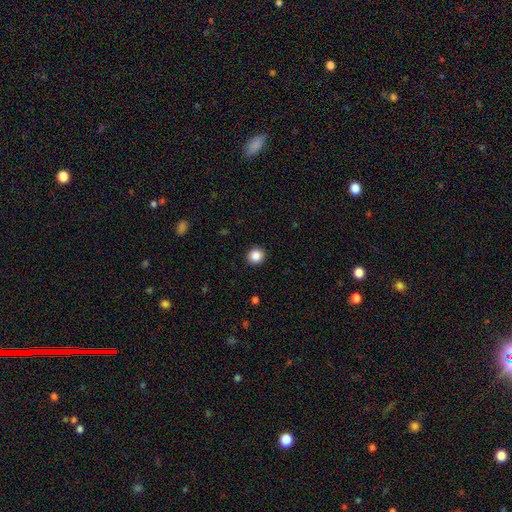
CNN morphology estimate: smooth-or-featured: smooth: 86% | star or artifact: 10% | featured or disk: 4%
  how-rounded: round: 89% | in between: 10% | cigar-shaped: 1%
  merging: none: 92% | minor disturbance: 5% | major disturbance: 2% | merger: 1%